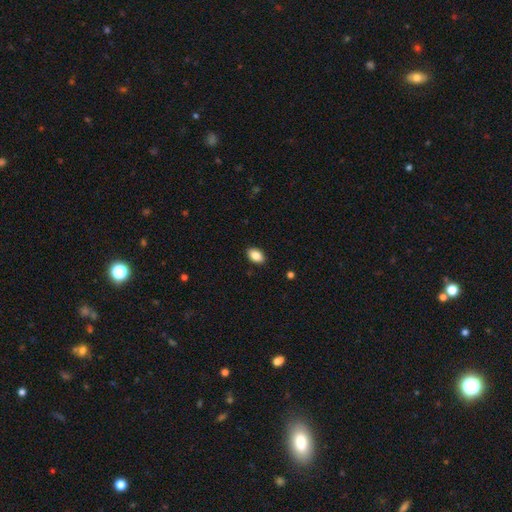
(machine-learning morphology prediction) This is clearly a smooth galaxy (87%). How rounded: clearly in between (88%). Merging: clearly none (90%).